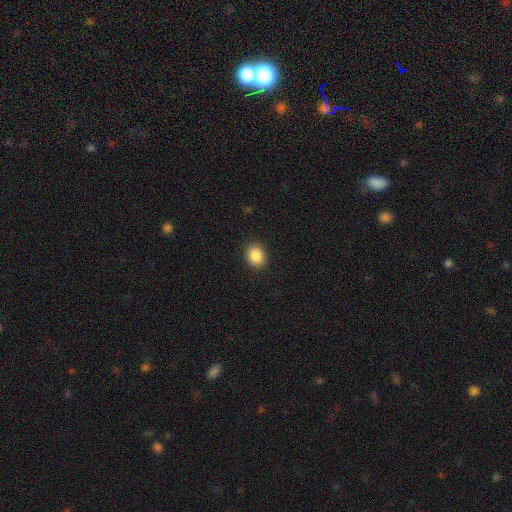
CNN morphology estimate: This appears to be a smooth galaxy with no disk features (88%) that is round (59%). Merging: none (89%).